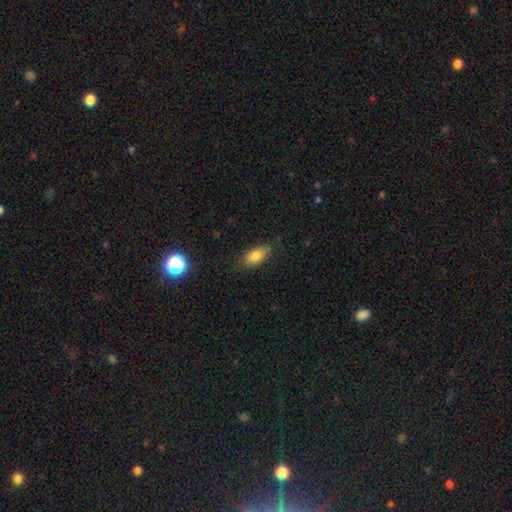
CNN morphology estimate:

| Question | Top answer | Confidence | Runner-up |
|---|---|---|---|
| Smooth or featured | smooth | 79% | featured or disk (13%) |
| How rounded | in between | 84% | cigar-shaped (12%) |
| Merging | none | 76% | minor disturbance (18%) |